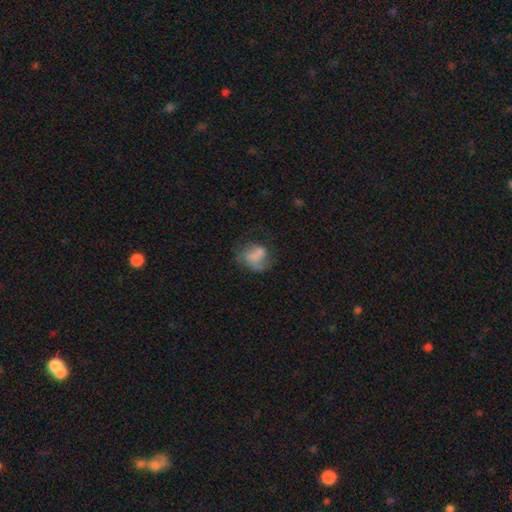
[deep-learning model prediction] Q: Smooth or featured?
A: smooth (53%); runner-up: featured or disk (36%)
Q: How rounded?
A: in between (49%); tied with: round (49%)
Q: Merging?
A: none (35%); runner-up: major disturbance (30%)